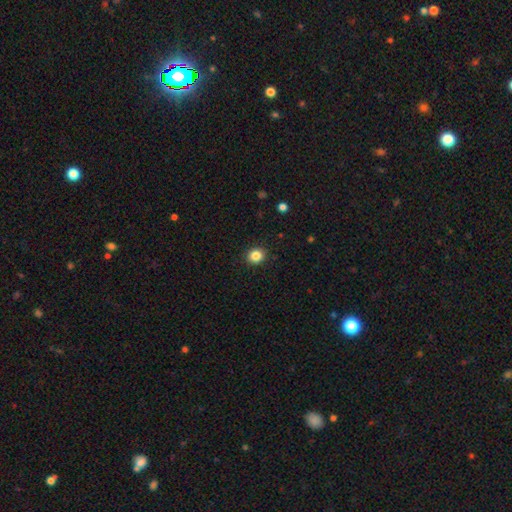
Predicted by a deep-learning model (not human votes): Smooth or featured: smooth — 85% (star or artifact — 10%)
How rounded: round — 75% (in between — 24%)
Merging: none — 91% (minor disturbance — 6%)